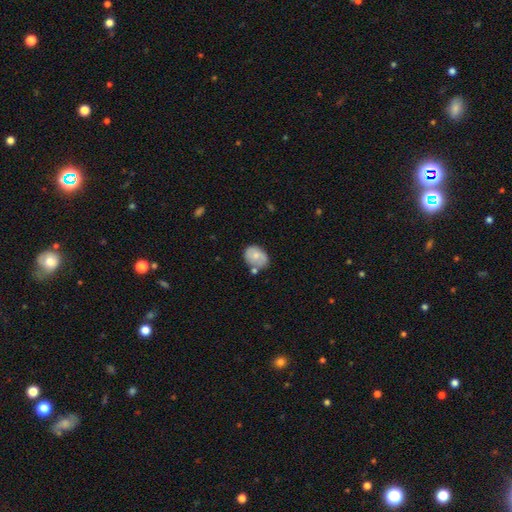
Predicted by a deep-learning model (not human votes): Morphology: type=smooth (64%); roundness=in between (68%); merging=none (50%).